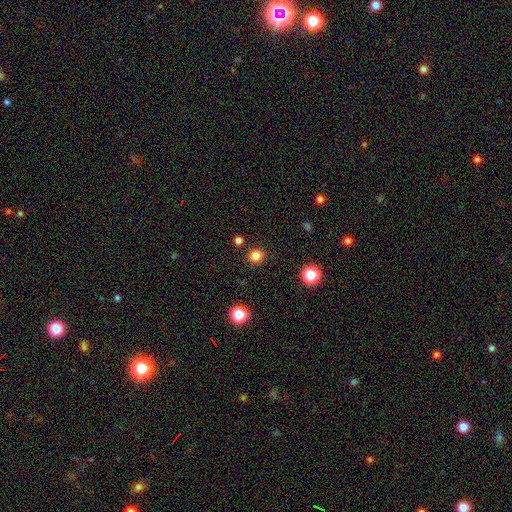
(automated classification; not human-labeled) Smooth or featured?
  - smooth: 82% *
  - star or artifact: 14%
  - featured or disk: 4%
How rounded?
  - round: 90% *
  - in between: 9%
  - cigar-shaped: 1%
Merging?
  - none: 90% *
  - minor disturbance: 6%
  - major disturbance: 2%
  - merger: 2%